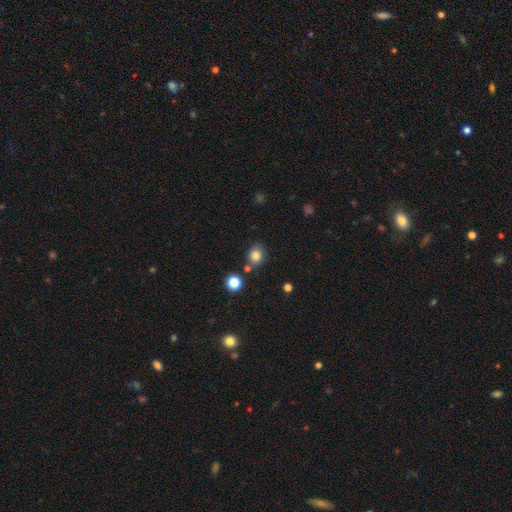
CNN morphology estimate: Smooth or featured: smooth — 82% (star or artifact — 12%)
How rounded: round — 70% (in between — 29%)
Merging: none — 79% (minor disturbance — 10%)